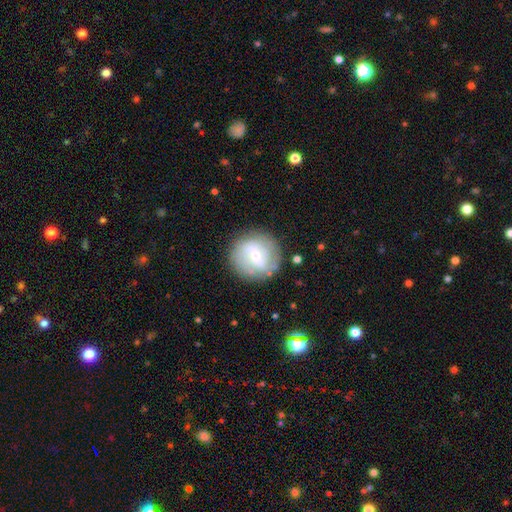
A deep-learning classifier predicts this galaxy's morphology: Q: Smooth or featured?
A: featured or disk (65%); runner-up: smooth (28%)
Q: Edge-on disk?
A: no (97%); runner-up: yes (3%)
Q: Bar?
A: weak (48%); runner-up: no (37%)
Q: Spiral arms?
A: yes (81%); runner-up: no (19%)
Q: Spiral winding?
A: tight (44%); runner-up: medium (38%)
Q: Spiral arm count?
A: 2 (57%); runner-up: can't tell (26%)
Q: Bulge size?
A: small (64%); runner-up: moderate (32%)
Q: Merging?
A: none (83%); runner-up: minor disturbance (11%)